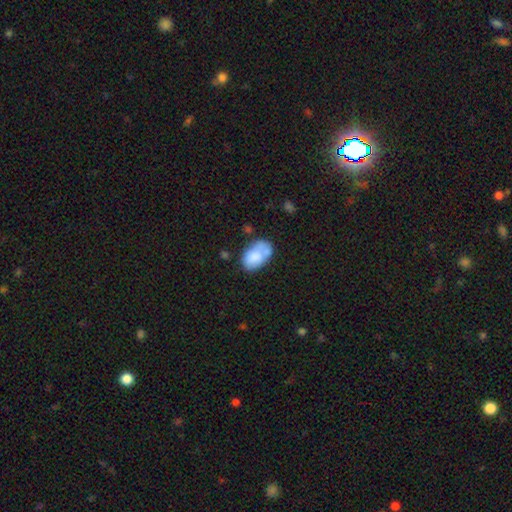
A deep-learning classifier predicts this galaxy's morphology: This appears to be a smooth galaxy with no disk features (76%) that is in between round and cigar-shaped (89%). Merging: none (43%).